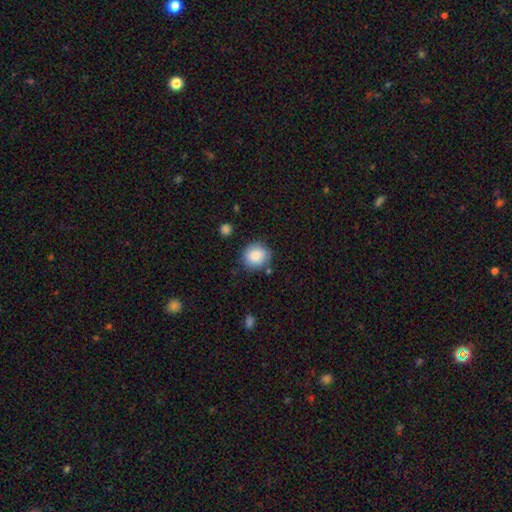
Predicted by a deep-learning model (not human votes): Smooth or featured? smooth (85%)
How rounded? round (86%)
Merging? none (82%)